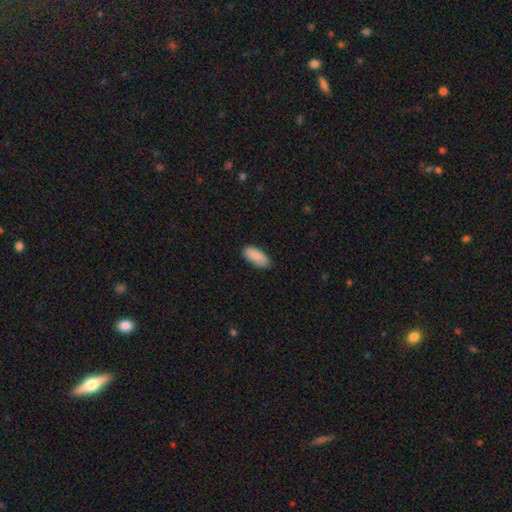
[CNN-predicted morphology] Smooth or featured: smooth — 88% (star or artifact — 6%)
How rounded: in between — 89% (cigar-shaped — 9%)
Merging: none — 83% (minor disturbance — 14%)